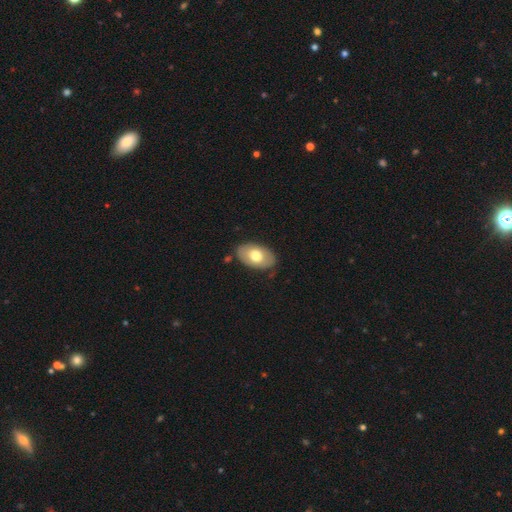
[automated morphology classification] The model was most divided on "smooth or featured": smooth: 64%, featured or disk: 31%, star or artifact: 6%. More confident: how rounded — in between (91%); merging — none (82%).